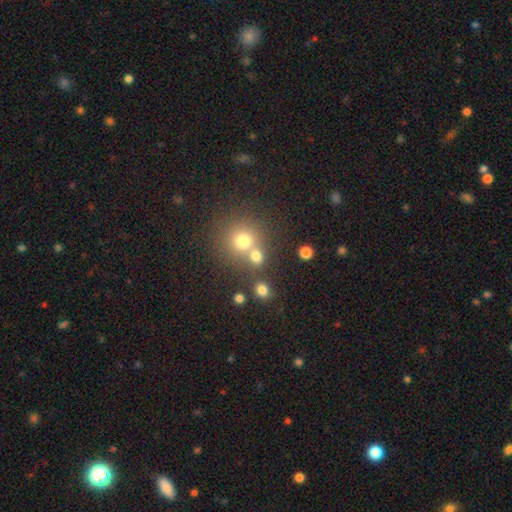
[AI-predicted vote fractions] The model was most divided on "merging": none: 53%, merger: 35%, minor disturbance: 8%, major disturbance: 4%. More confident: how rounded — round (79%); smooth or featured — smooth (73%).